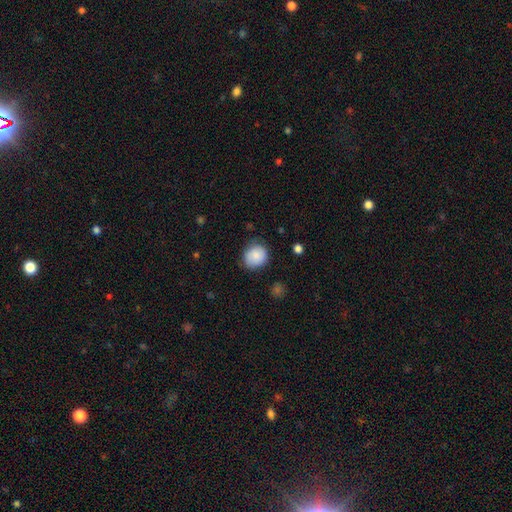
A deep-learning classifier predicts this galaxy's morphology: This appears to be a smooth galaxy with no disk features (84%) that is round (79%). Merging: none (76%).